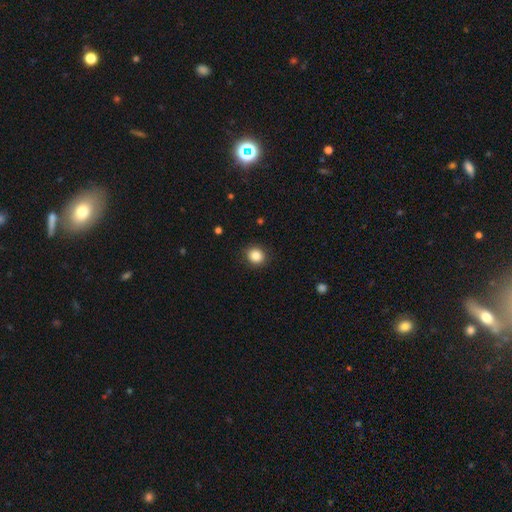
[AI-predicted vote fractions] smooth-or-featured: smooth: 85% | star or artifact: 10% | featured or disk: 5%
  how-rounded: round: 83% | in between: 16% | cigar-shaped: 1%
  merging: none: 90% | minor disturbance: 7% | major disturbance: 2% | merger: 1%